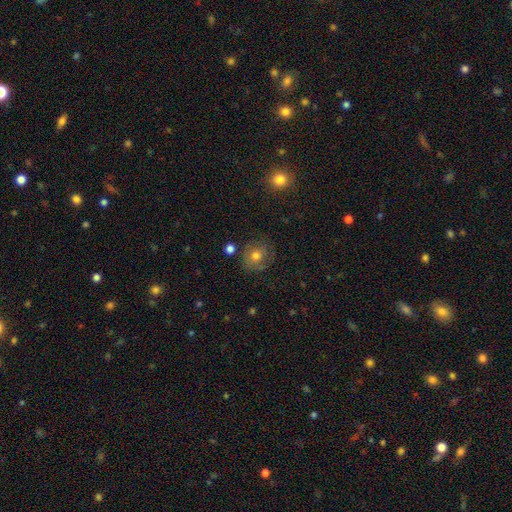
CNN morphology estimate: Smooth or featured?
  - smooth: 62% *
  - featured or disk: 26%
  - star or artifact: 12%
How rounded?
  - round: 78% *
  - in between: 21%
  - cigar-shaped: 1%
Merging?
  - none: 72% *
  - minor disturbance: 18%
  - major disturbance: 7%
  - merger: 3%